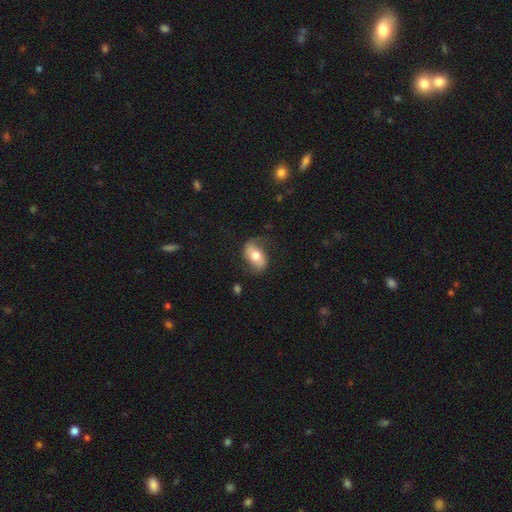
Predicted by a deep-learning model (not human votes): Morphology: type=smooth (52%); roundness=in between (88%); merging=none (63%).